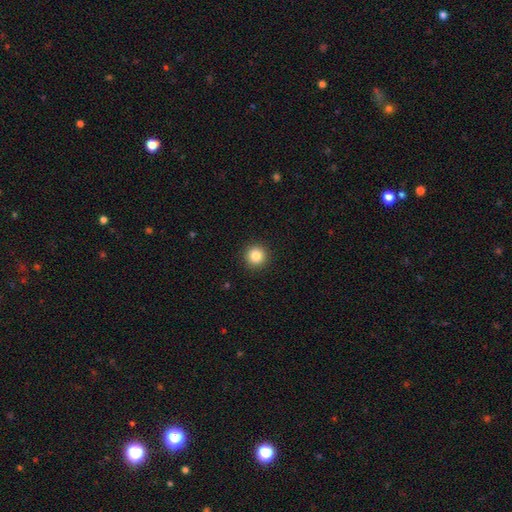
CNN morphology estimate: Smooth or featured? smooth (85%)
How rounded? round (95%)
Merging? none (93%)